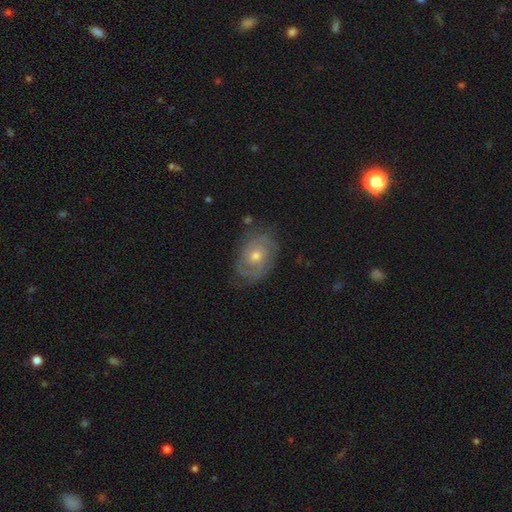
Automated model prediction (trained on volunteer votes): Smooth or featured?
  - featured or disk: 79% *
  - smooth: 13%
  - star or artifact: 7%
Edge-on disk?
  - no: 96% *
  - yes: 4%
Bar?
  - no: 76% *
  - weak: 21%
  - strong: 3%
Spiral arms?
  - yes: 92% *
  - no: 8%
Spiral winding?
  - tight: 63% *
  - medium: 29%
  - loose: 8%
Spiral arm count?
  - 2: 46% *
  - can't tell: 27%
  - 3: 14%
  - 1: 5%
  - 4: 4%
  - more than 4: 4%
Bulge size?
  - moderate: 61% *
  - small: 35%
  - large: 2%
  - none: 1%
  - dominant: 1%
Merging?
  - none: 77% *
  - minor disturbance: 17%
  - major disturbance: 5%
  - merger: 1%